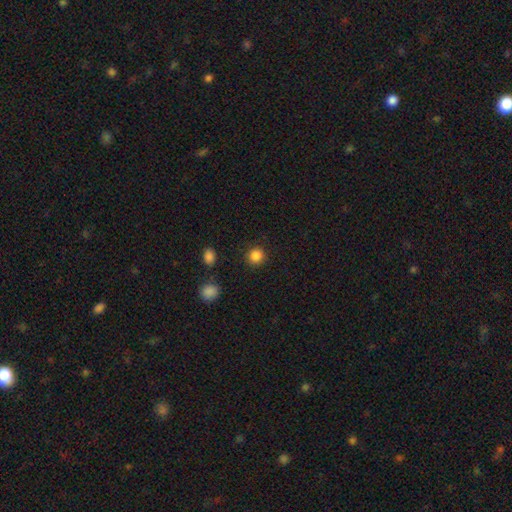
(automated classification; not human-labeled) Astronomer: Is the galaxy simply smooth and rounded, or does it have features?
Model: smooth — 86%.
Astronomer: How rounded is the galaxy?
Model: round — 91%.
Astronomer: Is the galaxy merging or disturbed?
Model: none — 90%.